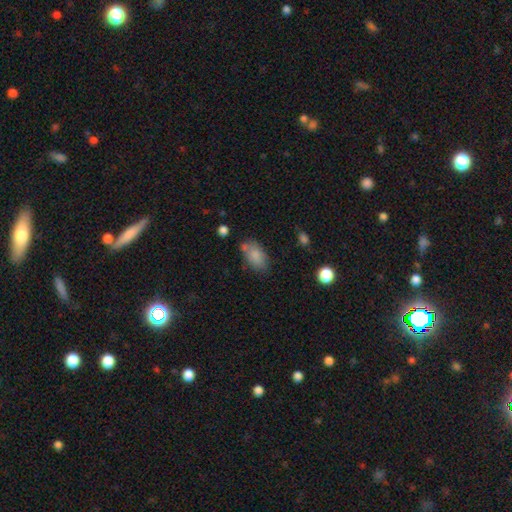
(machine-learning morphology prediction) This is clearly a smooth galaxy (83%). How rounded: clearly in between (92%). Merging: likely none (65%).